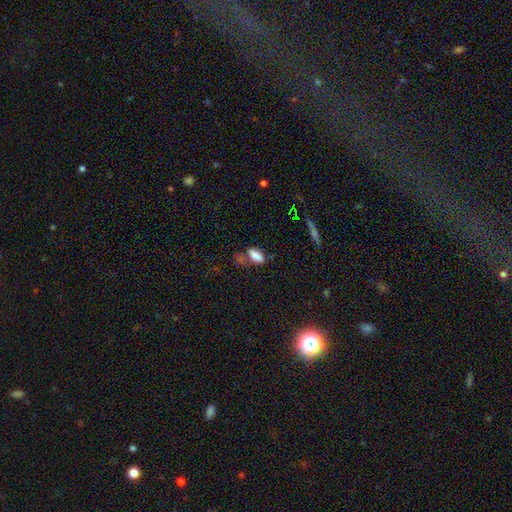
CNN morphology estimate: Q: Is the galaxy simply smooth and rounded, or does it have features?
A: smooth — 80%.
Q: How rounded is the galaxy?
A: in between — 83%.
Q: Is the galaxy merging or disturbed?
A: none — 48%.